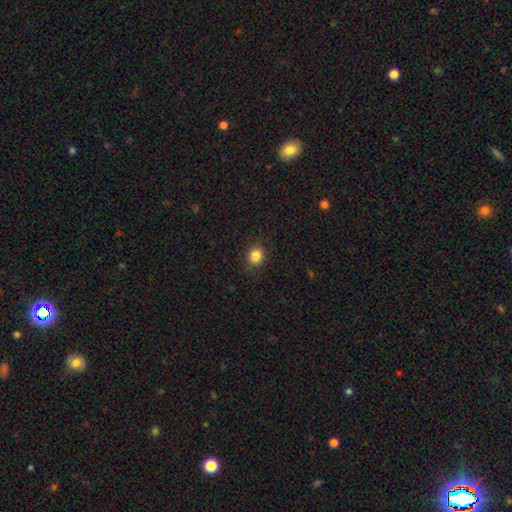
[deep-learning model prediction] This appears to be a smooth galaxy with no disk features (85%) that is round (84%). Merging: none (90%).